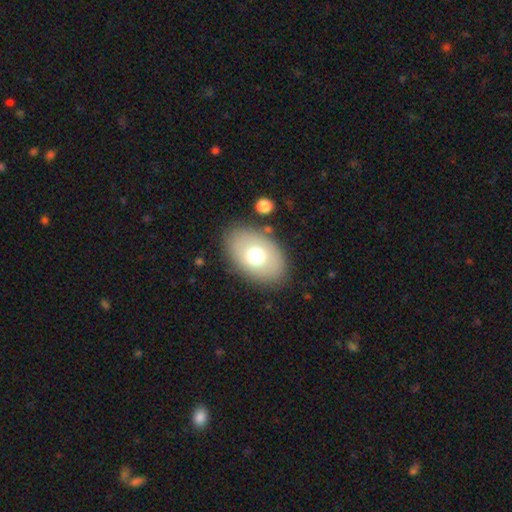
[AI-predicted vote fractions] Morphology: type=smooth (69%); roundness=in between (86%); merging=none (83%).